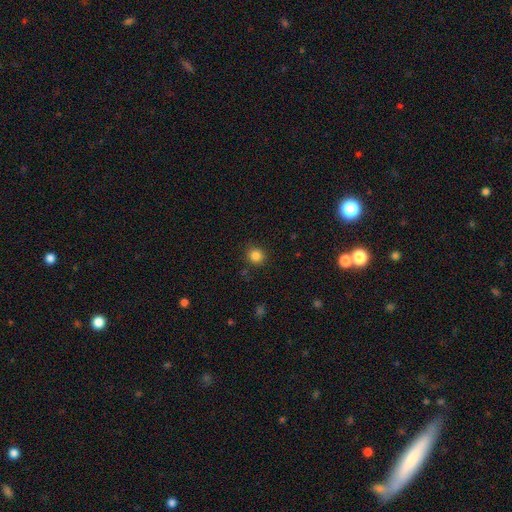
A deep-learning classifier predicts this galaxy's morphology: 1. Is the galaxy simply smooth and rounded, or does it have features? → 84% smooth, 12% star or artifact, 4% featured or disk.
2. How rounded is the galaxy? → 90% round, 9% in between, 1% cigar-shaped.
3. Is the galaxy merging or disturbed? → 89% none, 7% minor disturbance, 3% major disturbance, 2% merger.